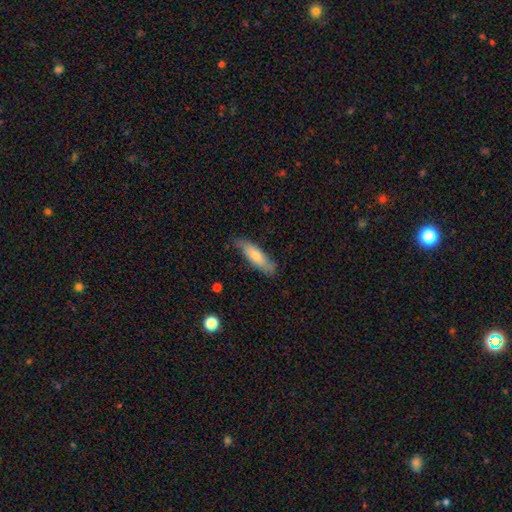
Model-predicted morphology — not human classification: This appears to be a smooth galaxy with no disk features (74%) that is cigar-shaped (58%). Merging: none (74%).